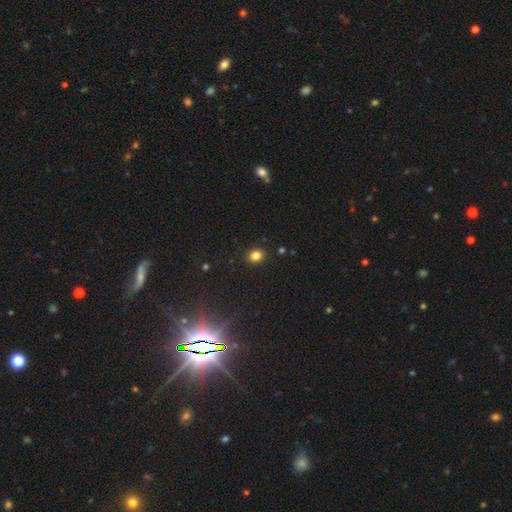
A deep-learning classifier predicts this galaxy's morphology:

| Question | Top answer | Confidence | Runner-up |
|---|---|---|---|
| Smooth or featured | smooth | 82% | star or artifact (13%) |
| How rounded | round | 68% | in between (31%) |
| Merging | none | 90% | minor disturbance (7%) |